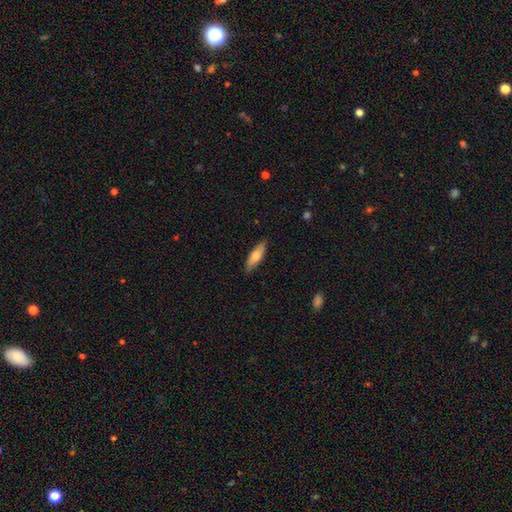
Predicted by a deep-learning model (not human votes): This appears to be a smooth galaxy with no disk features (66%) that is cigar-shaped (52%). Merging: none (85%).